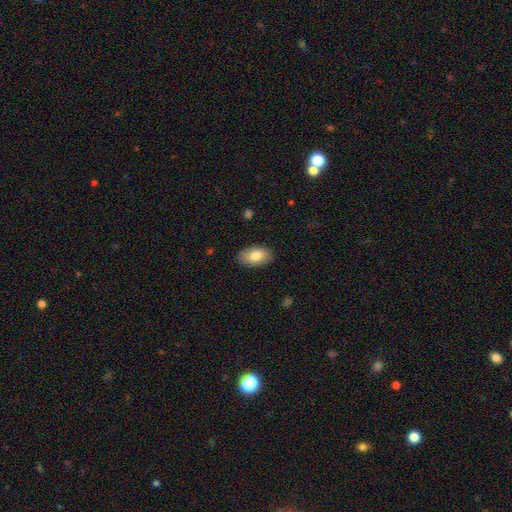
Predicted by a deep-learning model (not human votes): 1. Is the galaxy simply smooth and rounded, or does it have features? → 81% smooth, 13% featured or disk, 6% star or artifact.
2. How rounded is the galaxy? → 94% in between, 5% round, 2% cigar-shaped.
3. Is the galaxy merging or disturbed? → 86% none, 11% minor disturbance, 2% major disturbance, 1% merger.